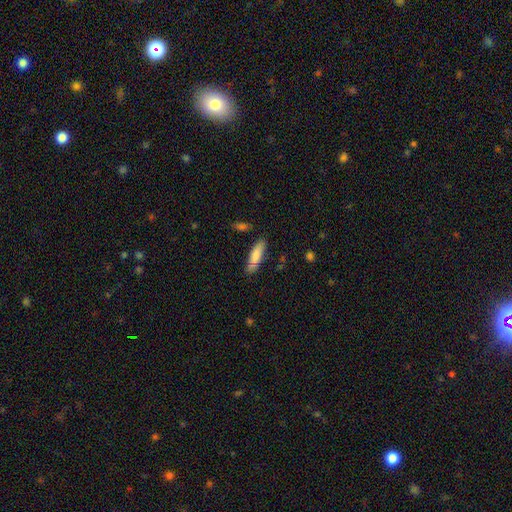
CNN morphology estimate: This appears to be a smooth galaxy with no disk features (80%) that is cigar-shaped (55%). Merging: none (76%).